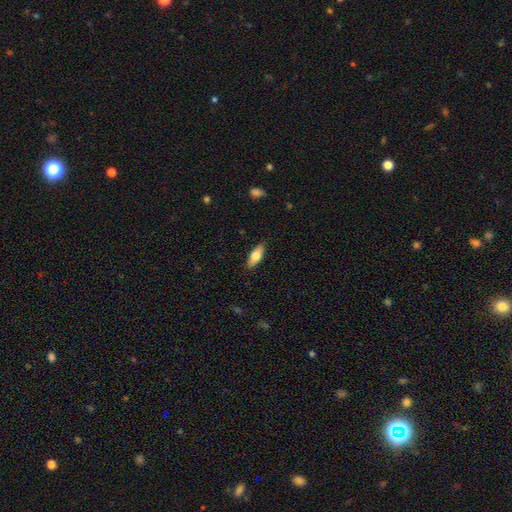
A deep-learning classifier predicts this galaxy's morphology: smooth_or_featured: smooth (p=0.69) [alt: featured or disk p=0.25]
how_rounded: in between (p=0.66) [alt: cigar-shaped p=0.32]
merging: none (p=0.87) [alt: minor disturbance p=0.10]